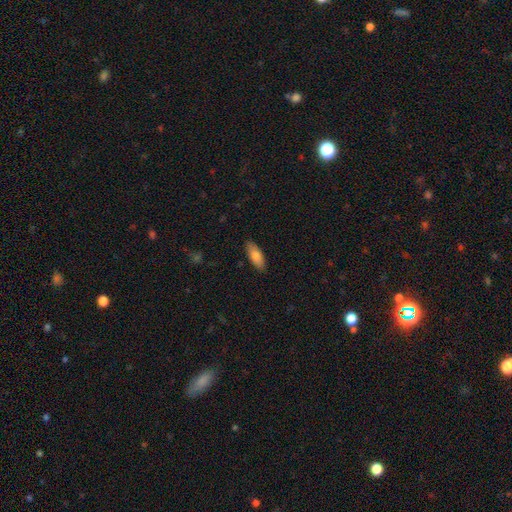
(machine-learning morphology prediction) The model was most divided on "how rounded": in between: 73%, cigar-shaped: 25%, round: 2%. More confident: merging — none (87%); smooth or featured — smooth (78%).